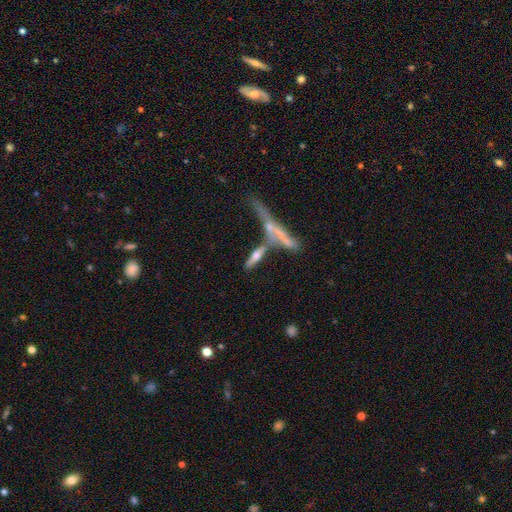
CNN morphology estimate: smooth-or-featured: featured or disk: 50% | smooth: 42% | star or artifact: 9%
  merging: none: 45% | merger: 36% | minor disturbance: 12% | major disturbance: 7%